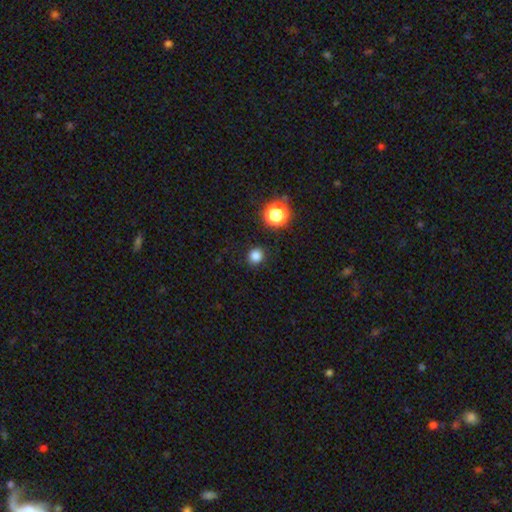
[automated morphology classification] smooth_or_featured: smooth (p=0.81) [alt: star or artifact p=0.15]
how_rounded: round (p=0.86) [alt: in between p=0.13]
merging: none (p=0.90) [alt: minor disturbance p=0.07]